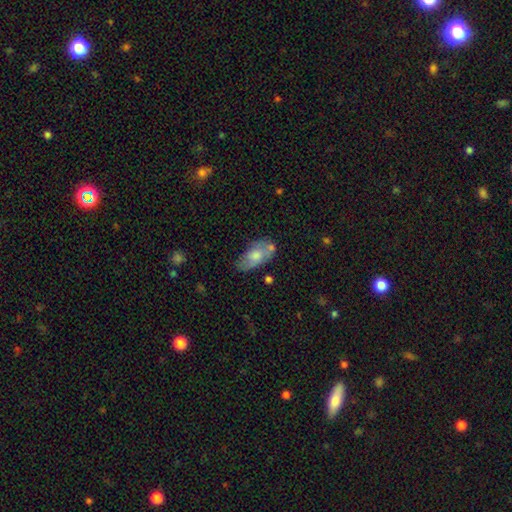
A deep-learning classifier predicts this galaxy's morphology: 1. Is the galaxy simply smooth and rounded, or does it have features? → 62% smooth, 32% featured or disk, 6% star or artifact.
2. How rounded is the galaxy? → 91% in between, 6% cigar-shaped, 3% round.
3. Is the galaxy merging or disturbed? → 54% none, 27% minor disturbance, 10% merger, 9% major disturbance.